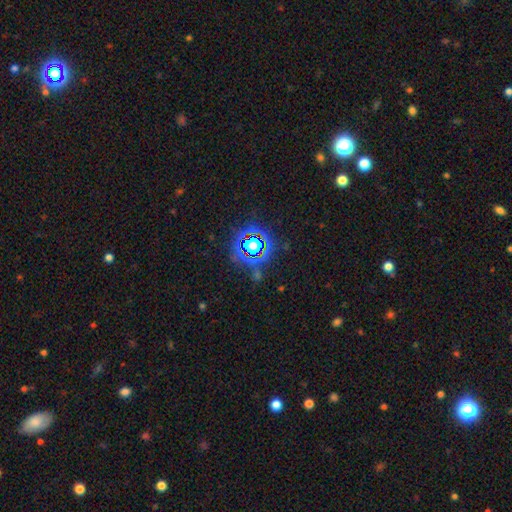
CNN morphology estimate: Smooth or featured?
  - star or artifact: 81% *
  - smooth: 11%
  - featured or disk: 8%